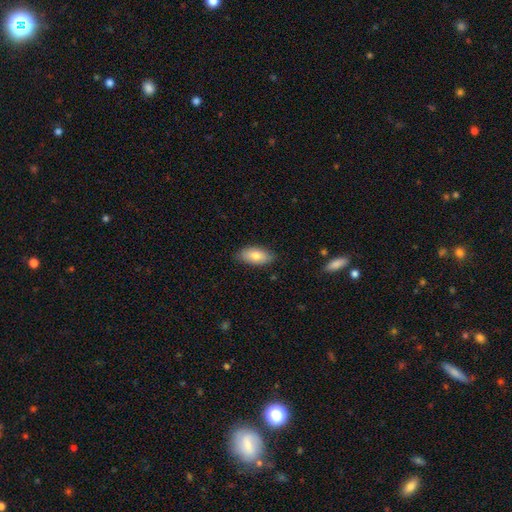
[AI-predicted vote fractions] A smooth galaxy with no disk features (79%) that is in between round and cigar-shaped (91%). Merging: none (83%).